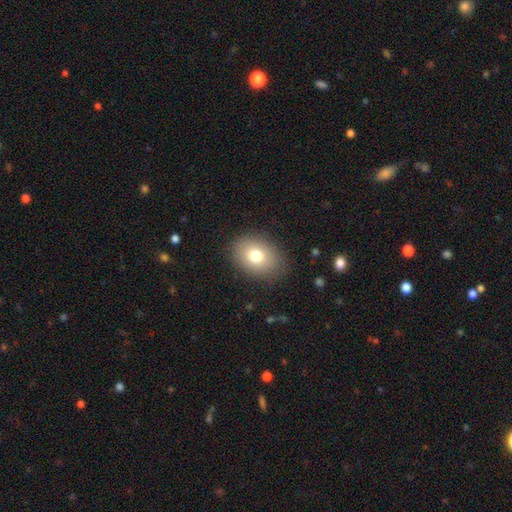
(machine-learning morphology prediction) This is likely a smooth galaxy (76%). How rounded: likely in between (62%). Merging: clearly none (84%).